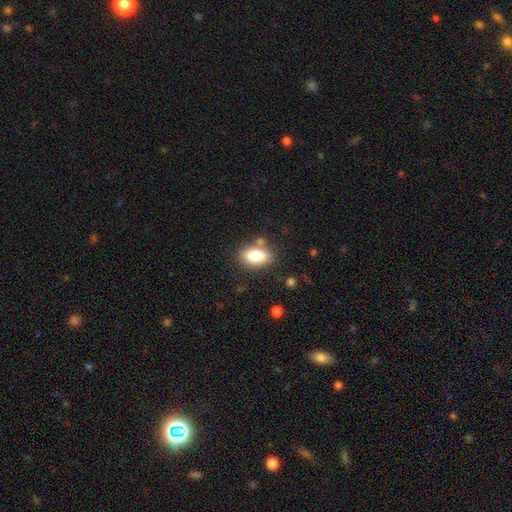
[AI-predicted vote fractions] smooth 83%, featured or disk 9%, star or artifact 8%. Down the decision tree: how rounded — in between (90%); merging — none (76%).